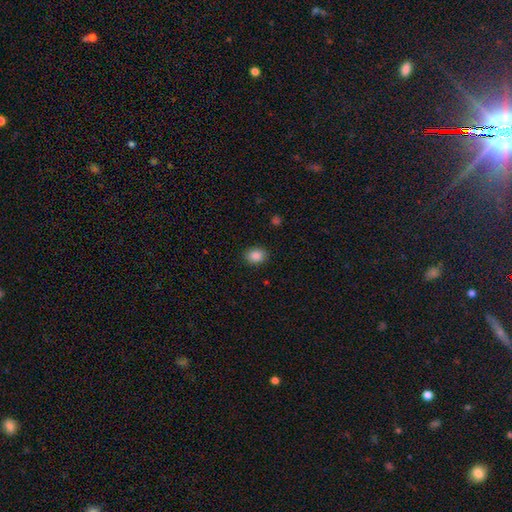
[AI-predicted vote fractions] Q: Smooth or featured?
A: smooth (87%); runner-up: star or artifact (9%)
Q: How rounded?
A: in between (53%); runner-up: round (46%)
Q: Merging?
A: none (90%); runner-up: minor disturbance (7%)